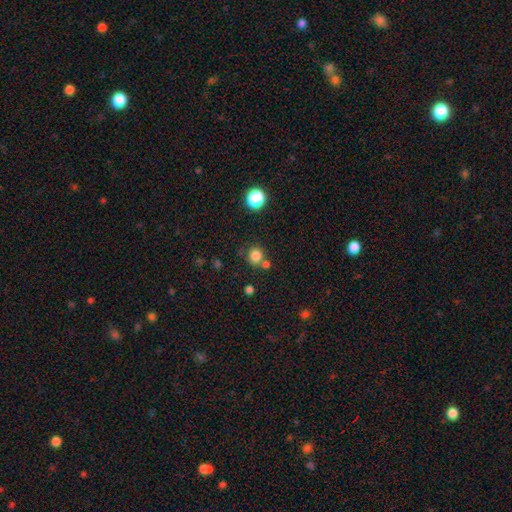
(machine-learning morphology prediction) Q: Smooth or featured?
A: smooth (81%); runner-up: star or artifact (13%)
Q: How rounded?
A: round (89%); runner-up: in between (10%)
Q: Merging?
A: none (67%); runner-up: merger (20%)